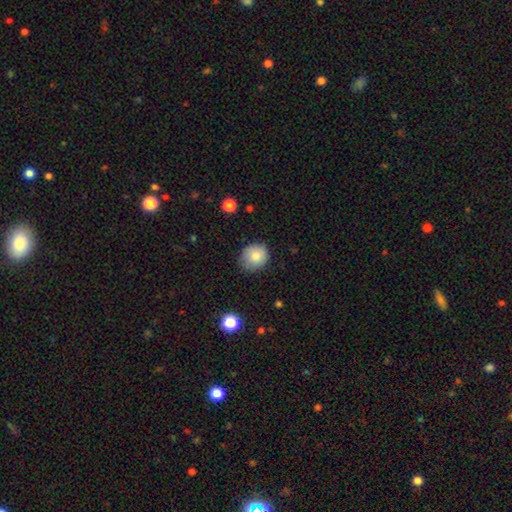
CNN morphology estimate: Overall: smooth (82%). How rounded: round (73%). Merging: none (73%).